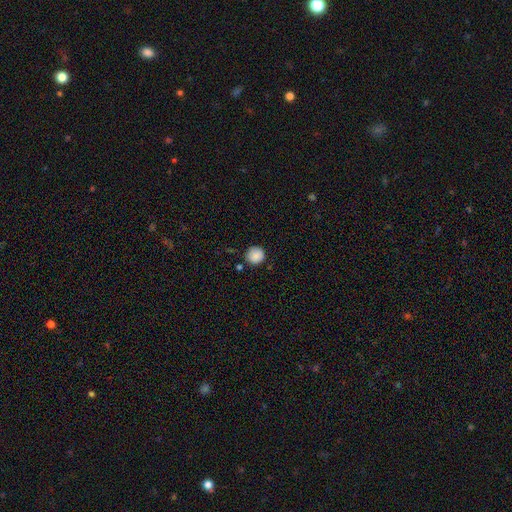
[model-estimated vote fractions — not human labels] Smooth or featured? smooth (88%)
How rounded? round (93%)
Merging? none (83%)